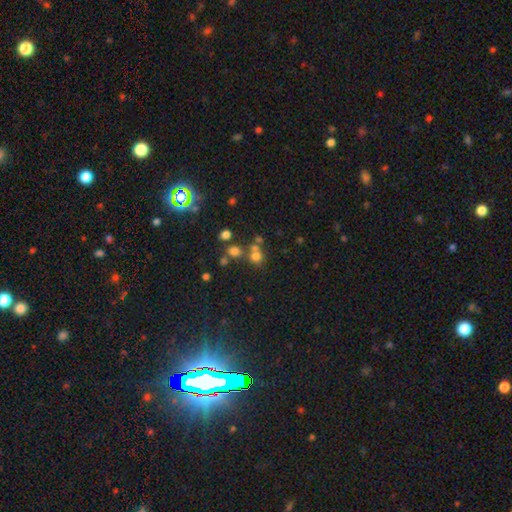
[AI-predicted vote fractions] Smooth or featured? smooth (66%)
How rounded? round (83%)
Merging? none (54%)